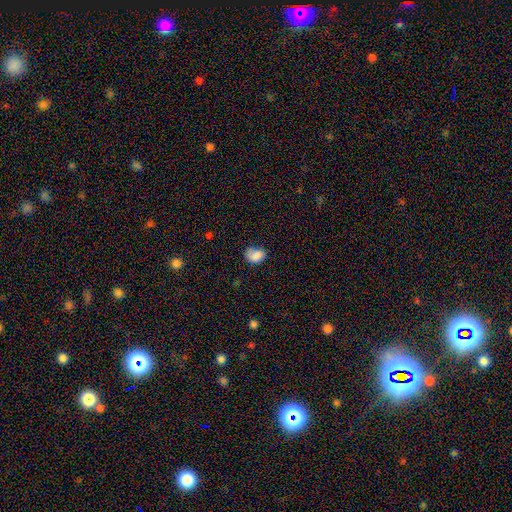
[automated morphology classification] This appears to be a smooth galaxy with no disk features (84%) that is in between round and cigar-shaped (69%). Merging: none (54%).